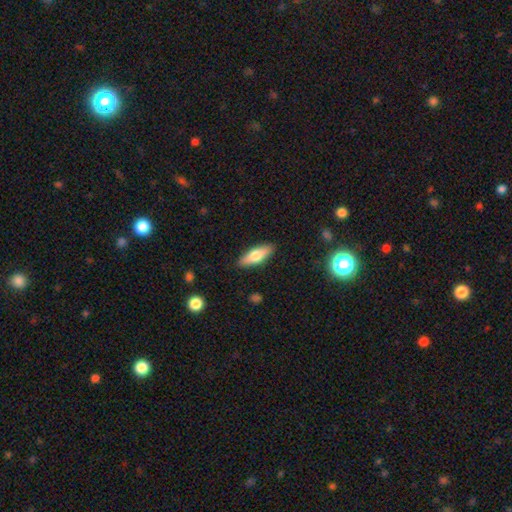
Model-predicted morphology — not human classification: A smooth galaxy with no disk features (63%) that is in between round and cigar-shaped (60%).

Vote fractions:
- Smooth or featured? smooth: 63% / featured or disk: 31% / star or artifact: 6%
- How rounded? in between: 60% / cigar-shaped: 37% / round: 3%
- Merging? none: 88% / minor disturbance: 9% / major disturbance: 2% / merger: 1%